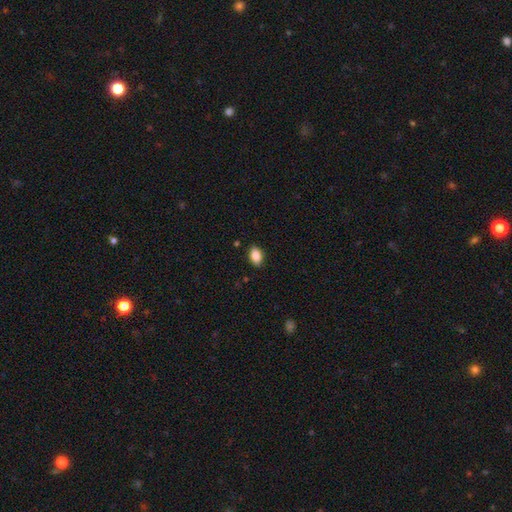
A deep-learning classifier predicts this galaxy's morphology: A smooth galaxy with no disk features (87%) that is in between round and cigar-shaped (88%). Merging: none (88%).